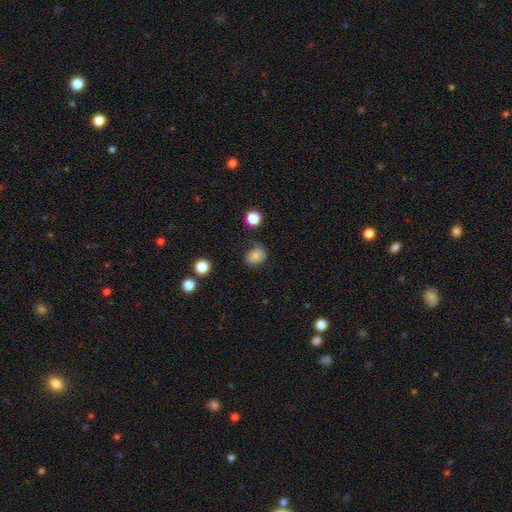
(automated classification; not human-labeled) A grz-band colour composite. It shows a smooth galaxy with no disk features (77%) that is in between round and cigar-shaped (52%). Merging: none (67%).